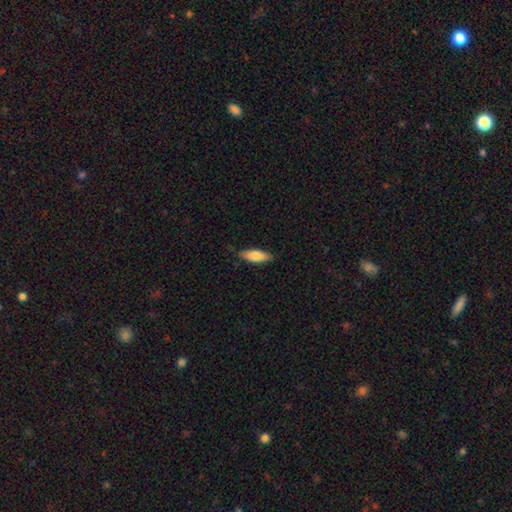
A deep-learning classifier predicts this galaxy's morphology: Smooth or featured: smooth — 80% (featured or disk — 14%)
How rounded: in between — 59% (cigar-shaped — 39%)
Merging: none — 81% (minor disturbance — 15%)